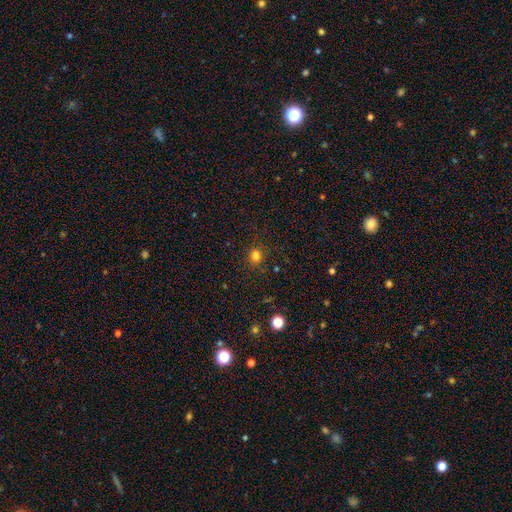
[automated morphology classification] Smooth or featured? Predicted: smooth (p=0.75). How rounded? Predicted: round (p=0.74). Merging? Predicted: none (p=0.79).